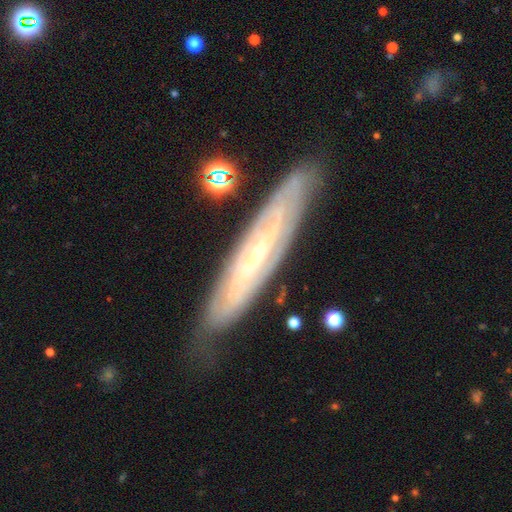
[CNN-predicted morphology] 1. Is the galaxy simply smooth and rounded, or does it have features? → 80% featured or disk, 14% smooth, 6% star or artifact.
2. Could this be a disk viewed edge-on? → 65% no, 35% yes.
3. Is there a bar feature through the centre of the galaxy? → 45% no, 34% weak, 21% strong.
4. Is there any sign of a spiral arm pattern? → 86% yes, 14% no.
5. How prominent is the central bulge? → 74% small, 22% moderate, 2% none, 1% large, 1% dominant.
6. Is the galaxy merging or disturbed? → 77% none, 17% minor disturbance, 4% major disturbance, 2% merger.